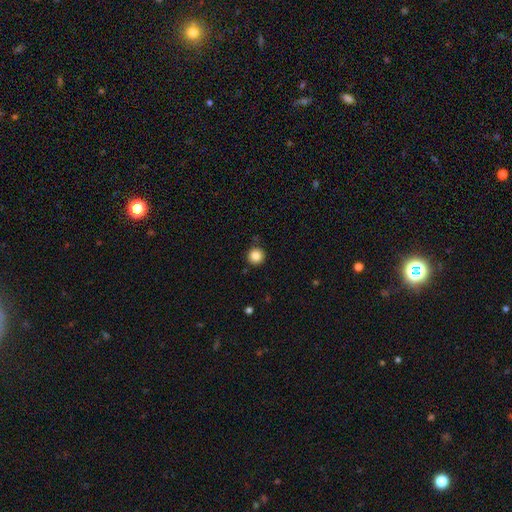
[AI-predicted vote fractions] The model was most divided on "smooth or featured": smooth: 84%, star or artifact: 11%, featured or disk: 5%. More confident: how rounded — round (96%); merging — none (88%).